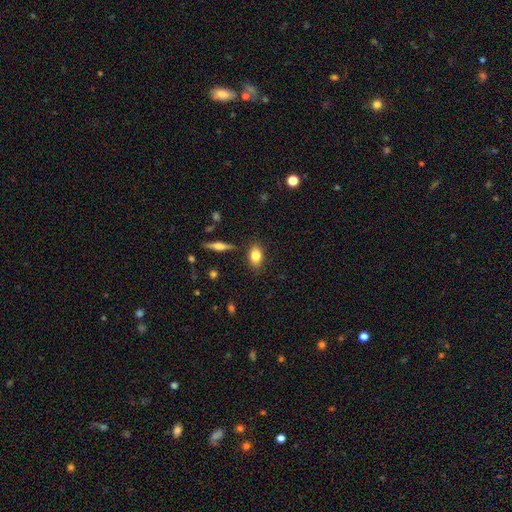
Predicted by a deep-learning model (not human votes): This is likely a smooth galaxy (79%). How rounded: clearly in between (80%). Merging: clearly none (83%).